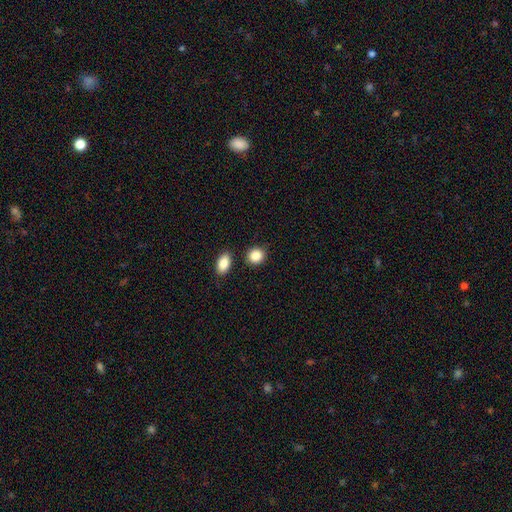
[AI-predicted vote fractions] smooth_or_featured: smooth (p=0.87) [alt: star or artifact p=0.08]
how_rounded: round (p=0.72) [alt: in between p=0.26]
merging: none (p=0.83) [alt: minor disturbance p=0.08]